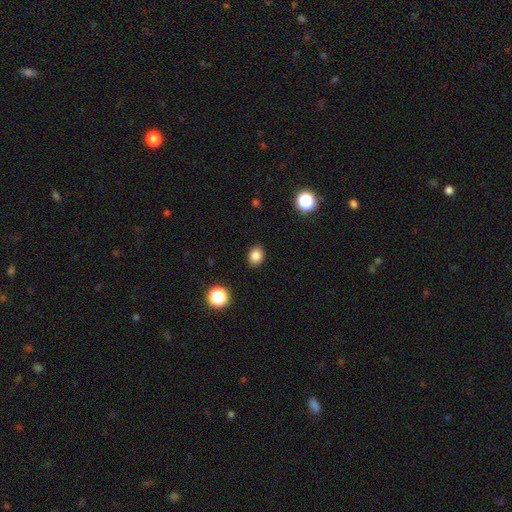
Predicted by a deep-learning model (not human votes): Smooth or featured: smooth — 83% (star or artifact — 12%)
How rounded: in between — 55% (round — 44%)
Merging: none — 87% (minor disturbance — 9%)